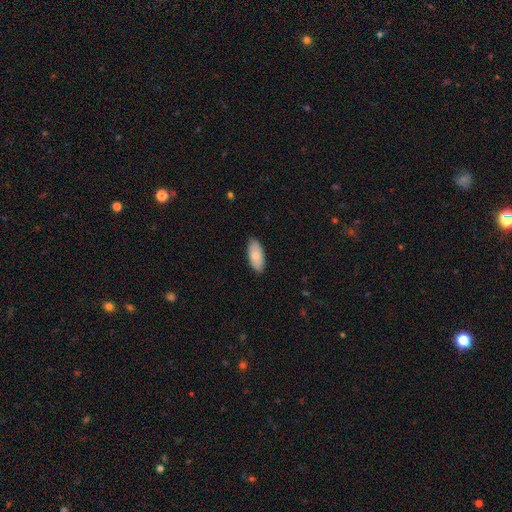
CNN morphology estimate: This is clearly a smooth galaxy (84%). How rounded: clearly in between (90%). Merging: clearly none (87%).